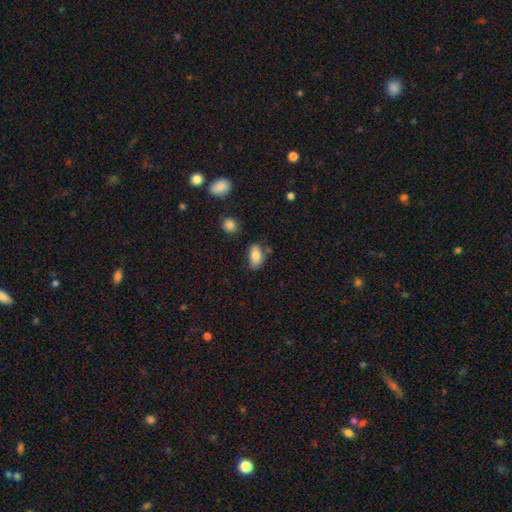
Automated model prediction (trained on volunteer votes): Smooth or featured? Predicted: smooth (p=0.80). How rounded? Predicted: in between (p=0.90). Merging? Predicted: none (p=0.68).